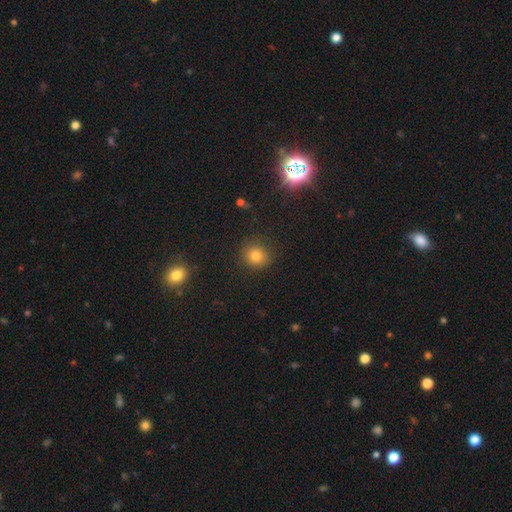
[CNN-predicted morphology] smooth_or_featured: smooth (p=0.78) [alt: star or artifact p=0.16]
how_rounded: round (p=0.86) [alt: in between p=0.13]
merging: none (p=0.87) [alt: minor disturbance p=0.09]